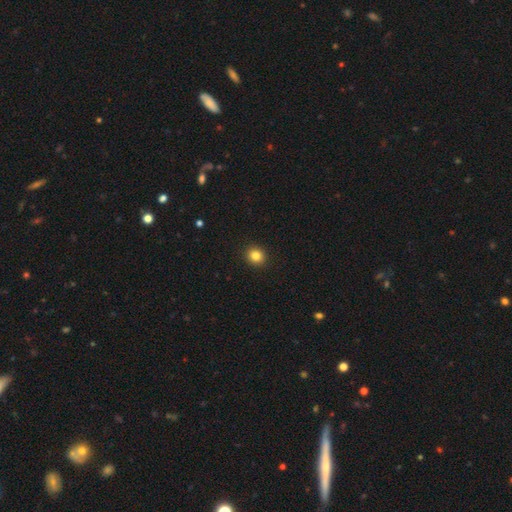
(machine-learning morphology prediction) This is clearly a smooth galaxy (83%). How rounded: clearly round (86%). Merging: clearly none (93%).